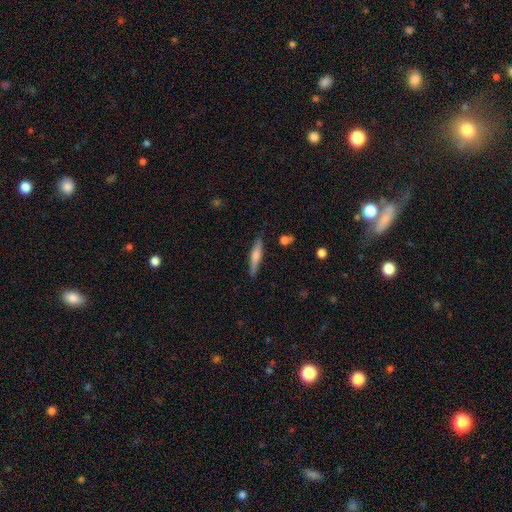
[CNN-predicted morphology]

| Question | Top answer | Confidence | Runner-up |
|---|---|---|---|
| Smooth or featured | smooth | 51% | featured or disk (43%) |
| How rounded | cigar-shaped | 90% | in between (9%) |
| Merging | none | 87% | minor disturbance (9%) |